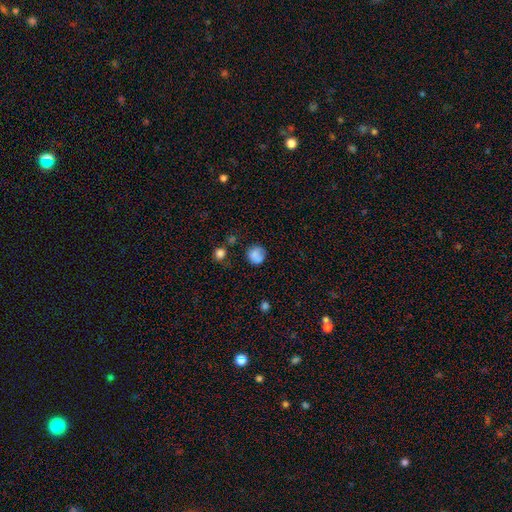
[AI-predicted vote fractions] smooth 80%, featured or disk 10%, star or artifact 10%. Down the decision tree: how rounded — round (87%); merging — none (68%).